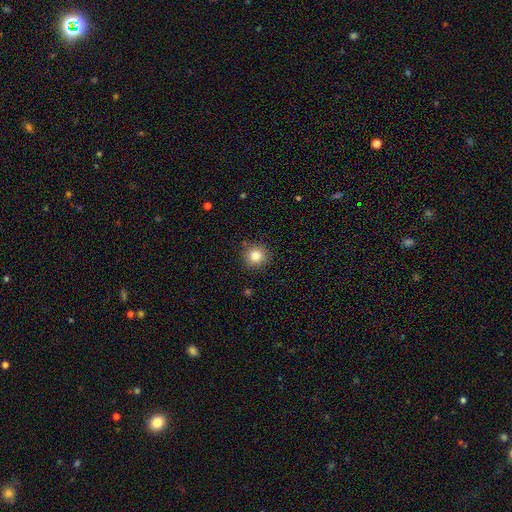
Morphology: type=smooth (90%); roundness=round (97%); merging=none (79%).